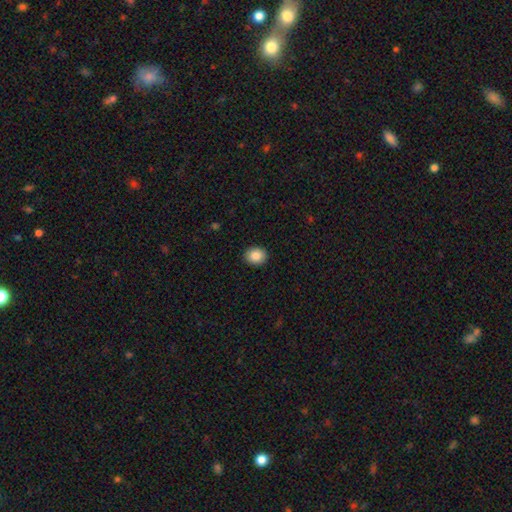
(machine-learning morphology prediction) Overall: smooth (86%). How rounded: round (59%; in between 40%). Merging: none (91%).